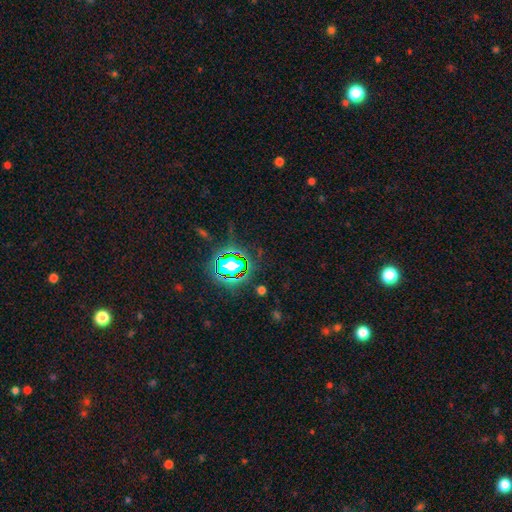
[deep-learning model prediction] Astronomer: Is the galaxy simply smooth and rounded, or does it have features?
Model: star or artifact — 80%.